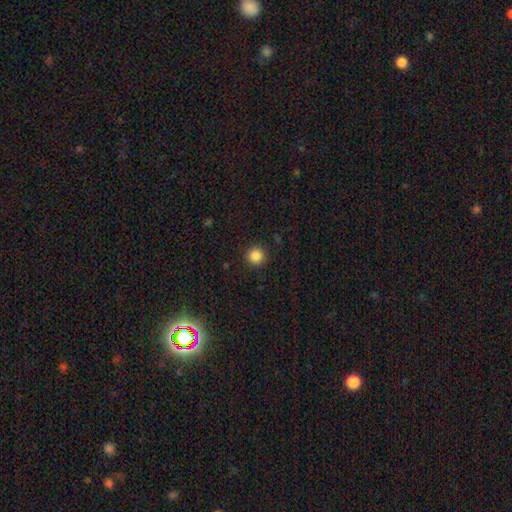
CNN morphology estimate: smooth-or-featured: smooth: 86% | star or artifact: 11% | featured or disk: 3%
  how-rounded: round: 94% | in between: 5% | cigar-shaped: 1%
  merging: none: 92% | minor disturbance: 5% | major disturbance: 2% | merger: 1%